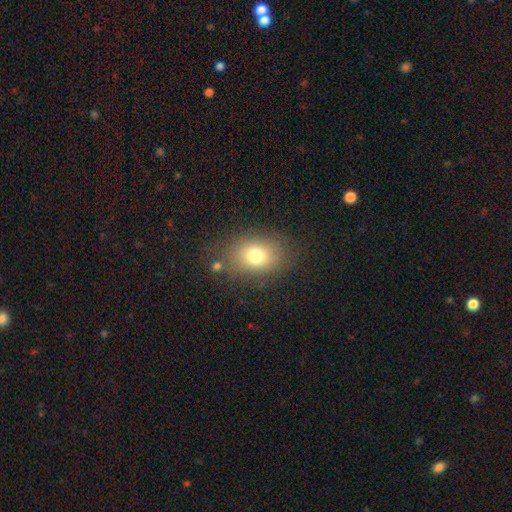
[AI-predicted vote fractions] Smooth or featured?
  - smooth: 75% *
  - star or artifact: 13%
  - featured or disk: 12%
How rounded?
  - in between: 65% *
  - round: 34%
  - cigar-shaped: 1%
Merging?
  - none: 78% *
  - minor disturbance: 13%
  - major disturbance: 6%
  - merger: 4%